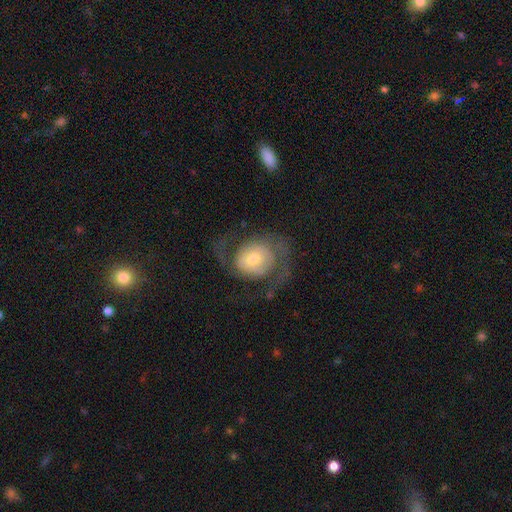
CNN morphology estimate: smooth-or-featured: featured or disk: 67% | smooth: 27% | star or artifact: 6%
  disk-edge-on: no: 97% | yes: 3%
    bar: no: 65% | weak: 29% | strong: 6%
    has-spiral-arms: yes: 79% | no: 21%
      spiral-winding: medium: 41% | loose: 30% | tight: 29%
      spiral-arm-count: 2: 71% | can't tell: 13% | 1: 8% | 3: 4% | 4: 2% | more than 4: 2%
    bulge-size: moderate: 60% | small: 28% | large: 9% | dominant: 2% | none: 2%
  merging: none: 54% | major disturbance: 27% | minor disturbance: 17% | merger: 2%